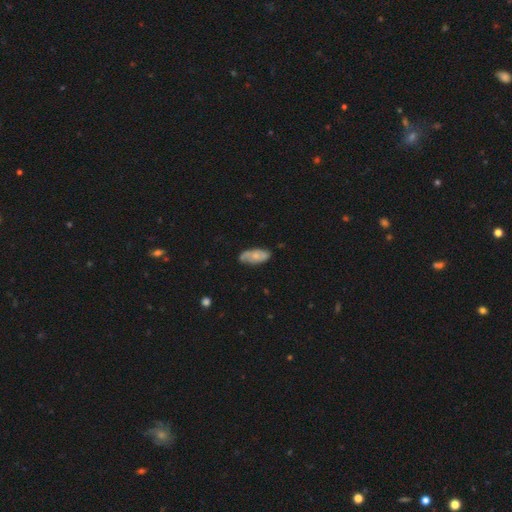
Morphology: type=featured or disk (64%); edge-on=no (96%); bar=no (82%); spiral arms=yes (77%); winding=tight (53%); arm count=can't tell (47%); bulge=moderate (55%); merging=none (83%).